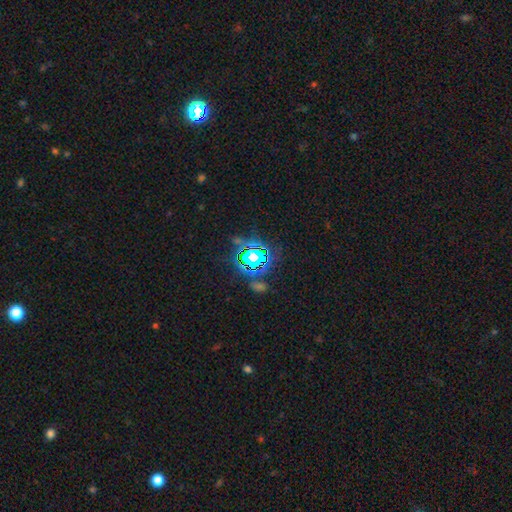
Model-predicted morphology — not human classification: The model was most divided on "smooth or featured": star or artifact: 79%, smooth: 12%, featured or disk: 9%.